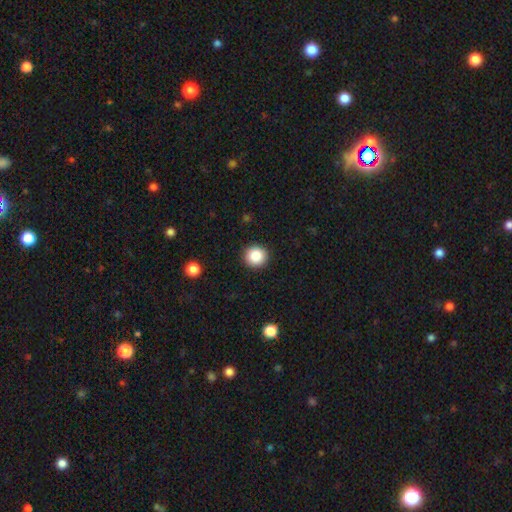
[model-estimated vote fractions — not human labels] A smooth galaxy with no disk features (86%) that is round (92%). Merging: none (92%).